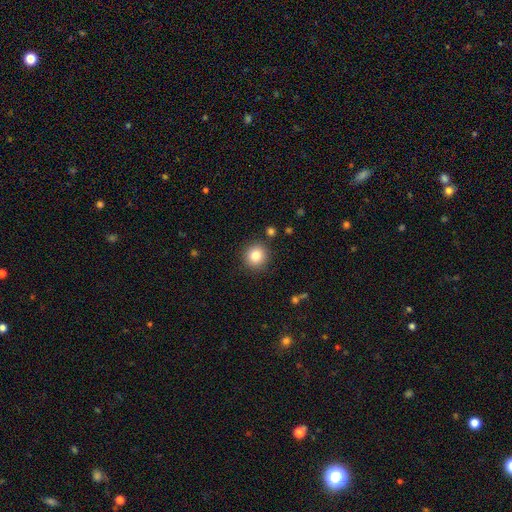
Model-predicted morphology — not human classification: smooth 84%, star or artifact 10%, featured or disk 6%. Down the decision tree: how rounded — round (92%); merging — none (89%).